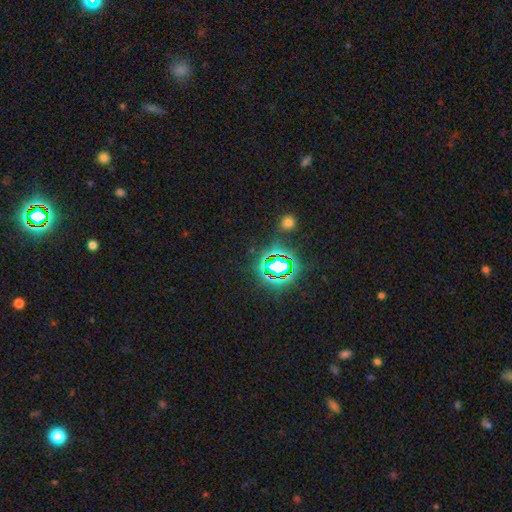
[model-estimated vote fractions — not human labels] This is likely a star or artifact rather than a galaxy (78%).